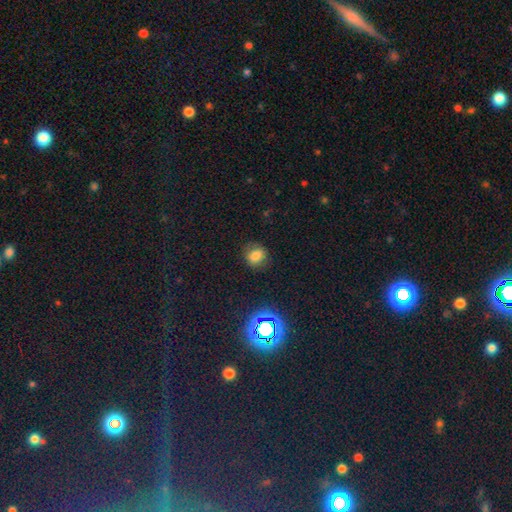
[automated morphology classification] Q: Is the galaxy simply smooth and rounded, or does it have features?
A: smooth — 74%.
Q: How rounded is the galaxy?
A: round — 73%.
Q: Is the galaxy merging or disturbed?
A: none — 82%.